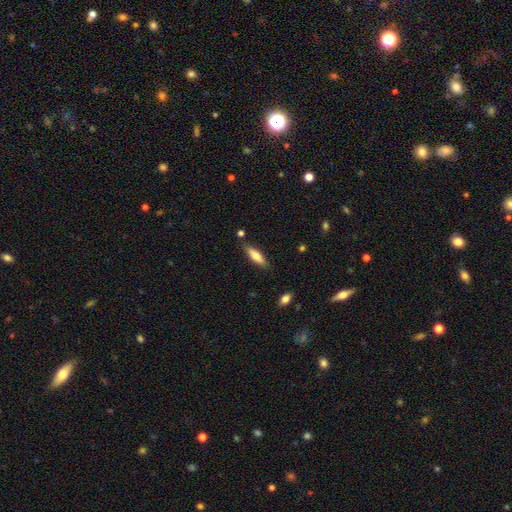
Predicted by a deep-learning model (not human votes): This appears to be a smooth galaxy with no disk features (70%) that is cigar-shaped (59%). Merging: none (81%).